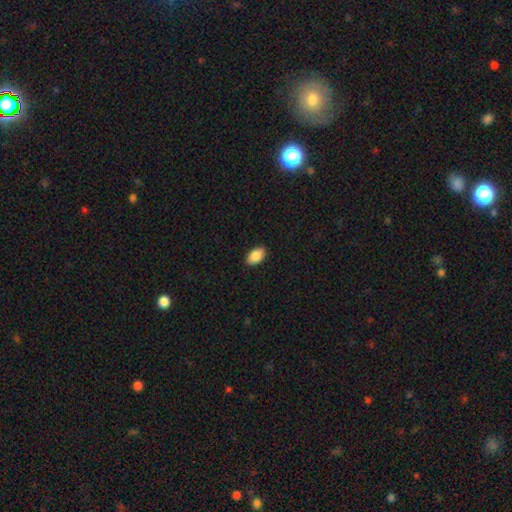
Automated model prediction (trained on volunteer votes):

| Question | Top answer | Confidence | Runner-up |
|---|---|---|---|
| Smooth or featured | smooth | 88% | star or artifact (7%) |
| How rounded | in between | 94% | round (5%) |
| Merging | none | 90% | minor disturbance (8%) |